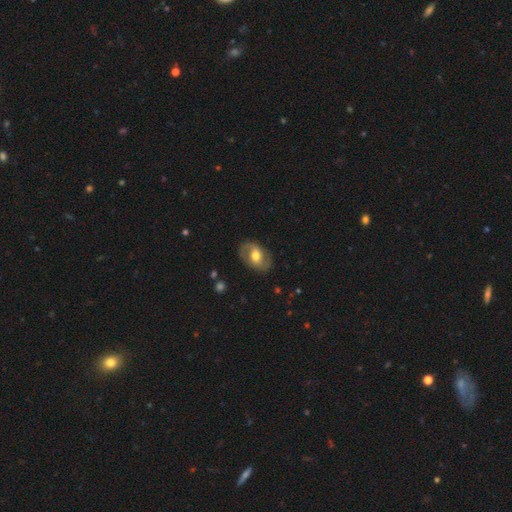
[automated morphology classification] smooth_or_featured: featured or disk (p=0.61) [alt: smooth p=0.33]
disk_edge_on: no (p=0.94) [alt: yes p=0.06]
bar: weak (p=0.40) [alt: no p=0.39]
has_spiral_arms: yes (p=0.69) [alt: no p=0.31]
bulge_size: moderate (p=0.70) [alt: large p=0.17]
merging: none (p=0.80) [alt: minor disturbance p=0.14]